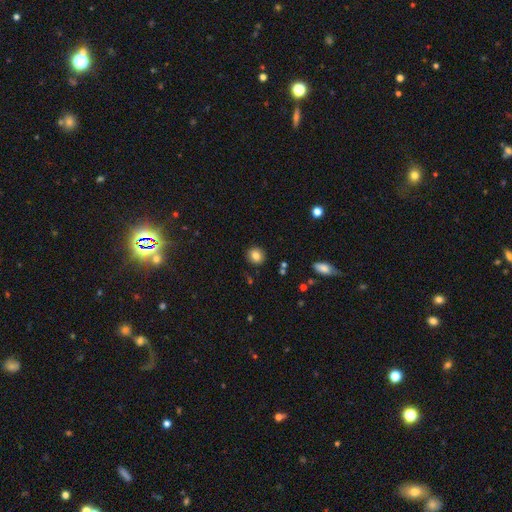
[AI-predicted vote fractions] Smooth or featured? smooth (83%)
How rounded? round (81%)
Merging? none (89%)